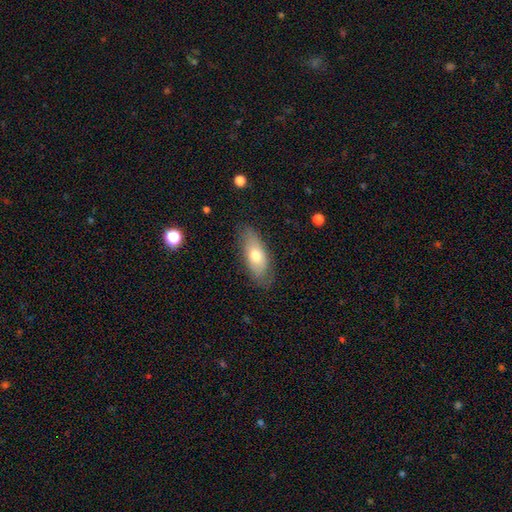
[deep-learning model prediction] Smooth or featured? smooth (67%)
How rounded? in between (80%)
Merging? none (78%)